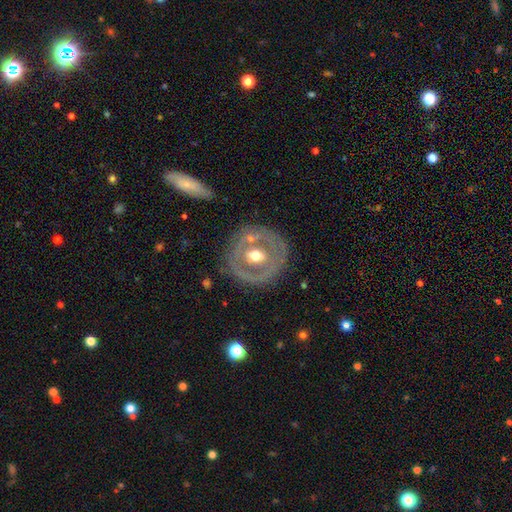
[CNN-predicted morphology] Smooth or featured: featured or disk — 65% (smooth — 29%)
Edge-on disk: no — 94% (yes — 6%)
Bar: no — 56% (weak — 28%)
Spiral arms: no — 79% (yes — 21%)
Bulge size: moderate — 75% (small — 12%)
Merging: none — 74% (minor disturbance — 15%)